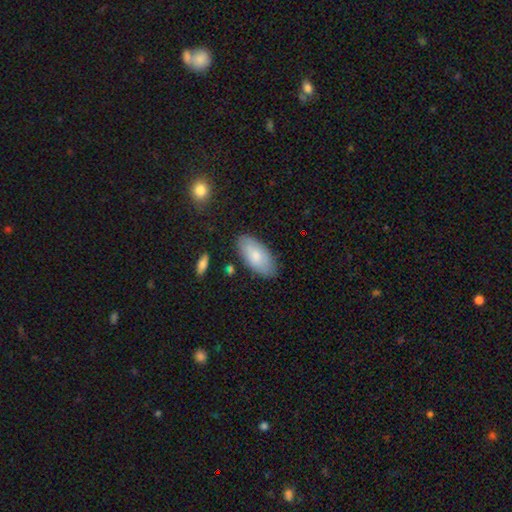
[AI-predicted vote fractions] Overall: smooth (78%). How rounded: in between (92%). Merging: none (82%).